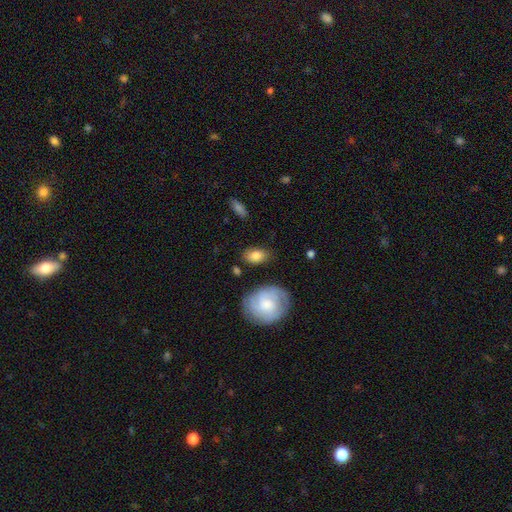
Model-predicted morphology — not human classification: This appears to be a smooth galaxy with no disk features (78%) that is in between round and cigar-shaped (86%). Merging: none (75%).